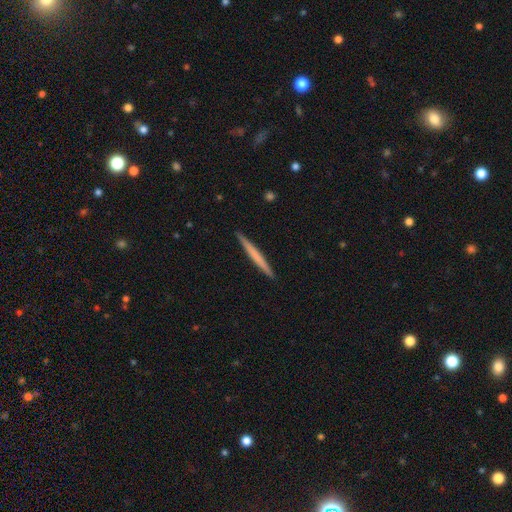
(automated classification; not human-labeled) The model was most divided on "smooth or featured": smooth: 57%, featured or disk: 38%, star or artifact: 5%. More confident: how rounded — cigar-shaped (97%); merging — none (92%).